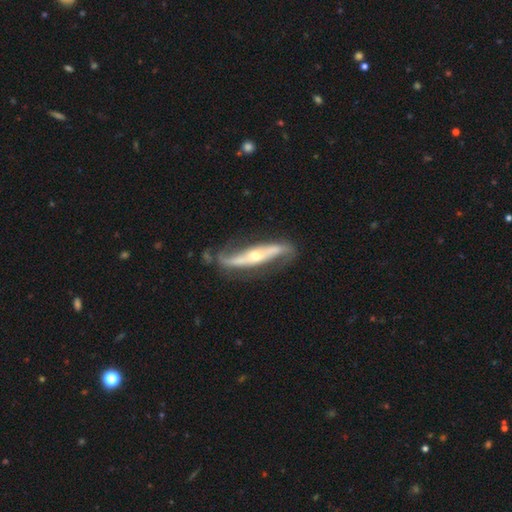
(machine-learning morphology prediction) featured or disk 84%, smooth 12%, star or artifact 5%. Down the decision tree: edge-on disk — no (60%); bar — strong (44%); spiral arms — yes (90%); bulge size — moderate (52%); merging — none (65%).